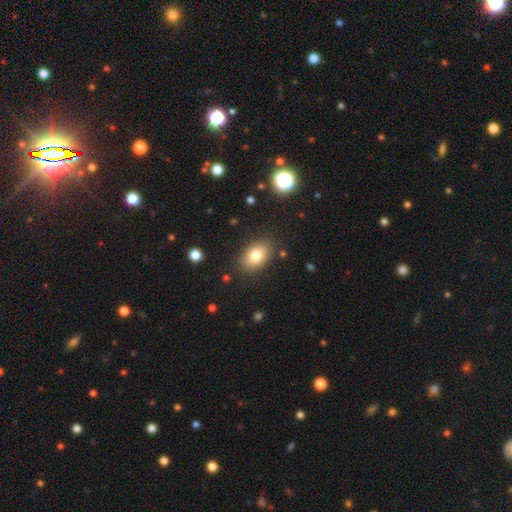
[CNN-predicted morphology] Smooth or featured? smooth (81%)
How rounded? in between (86%)
Merging? none (85%)